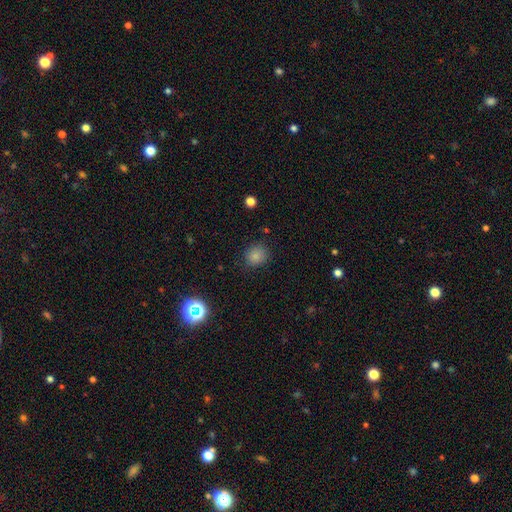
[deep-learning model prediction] A smooth galaxy with no disk features (82%) that is round (75%).

Vote fractions:
- Smooth or featured? smooth: 82% / star or artifact: 13% / featured or disk: 5%
- How rounded? round: 75% / in between: 24% / cigar-shaped: 1%
- Merging? none: 83% / minor disturbance: 12% / major disturbance: 3% / merger: 1%